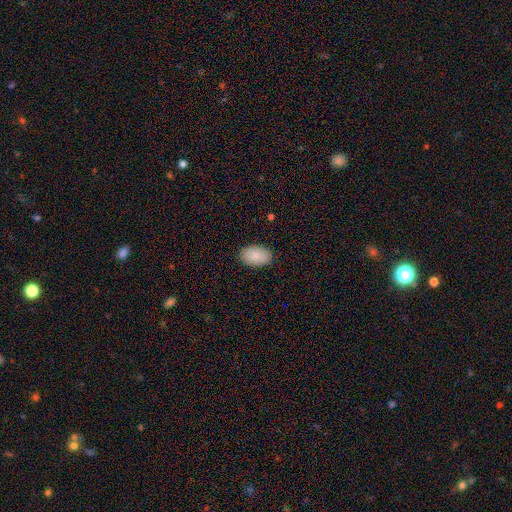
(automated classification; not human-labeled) This appears to be a smooth galaxy with no disk features (88%) that is in between round and cigar-shaped (91%). Merging: none (89%).